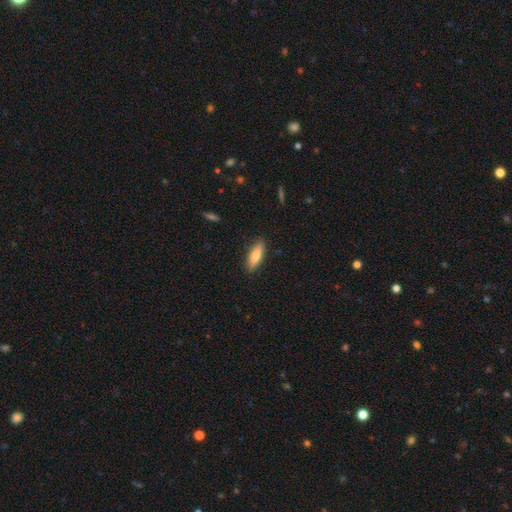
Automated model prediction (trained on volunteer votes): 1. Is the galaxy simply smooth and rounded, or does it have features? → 74% smooth, 20% featured or disk, 6% star or artifact.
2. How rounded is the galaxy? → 50% cigar-shaped, 48% in between, 2% round.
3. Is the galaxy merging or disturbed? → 87% none, 10% minor disturbance, 2% major disturbance, 1% merger.